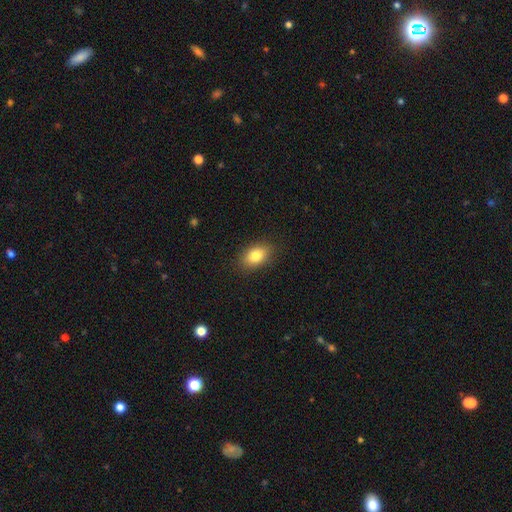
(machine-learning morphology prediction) smooth-or-featured: smooth: 82% | featured or disk: 10% | star or artifact: 9%
  how-rounded: in between: 85% | round: 13% | cigar-shaped: 2%
  merging: none: 87% | minor disturbance: 10% | major disturbance: 3% | merger: 1%